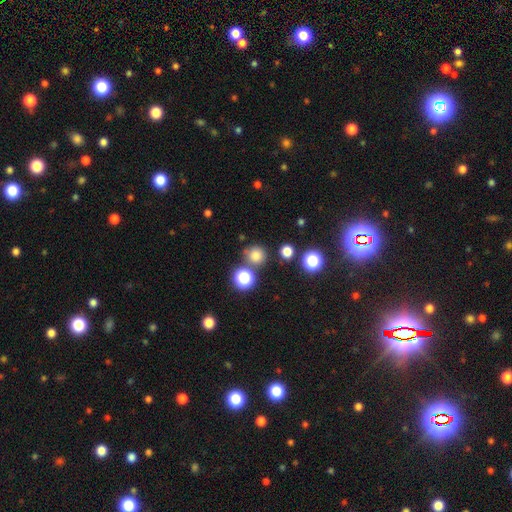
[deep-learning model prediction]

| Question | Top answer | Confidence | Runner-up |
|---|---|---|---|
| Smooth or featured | smooth | 76% | star or artifact (18%) |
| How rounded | round | 92% | in between (7%) |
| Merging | none | 77% | merger (10%) |